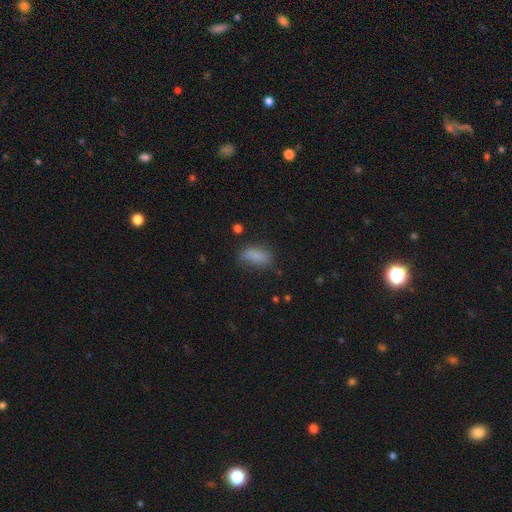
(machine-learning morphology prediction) Smooth or featured? smooth (82%)
How rounded? in between (82%)
Merging? none (61%)